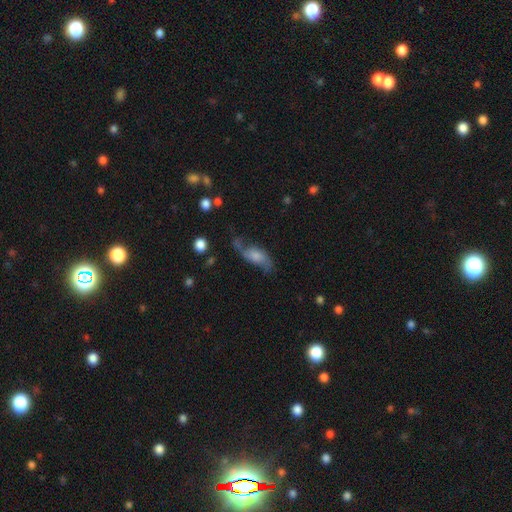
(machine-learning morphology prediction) Q: Smooth or featured?
A: featured or disk (58%); runner-up: smooth (33%)
Q: Edge-on disk?
A: no (89%); runner-up: yes (11%)
Q: Bar?
A: no (63%); runner-up: weak (30%)
Q: Spiral arms?
A: yes (88%); runner-up: no (12%)
Q: Bulge size?
A: moderate (31%); runner-up: small (30%)
Q: Merging?
A: none (49%); runner-up: minor disturbance (26%)